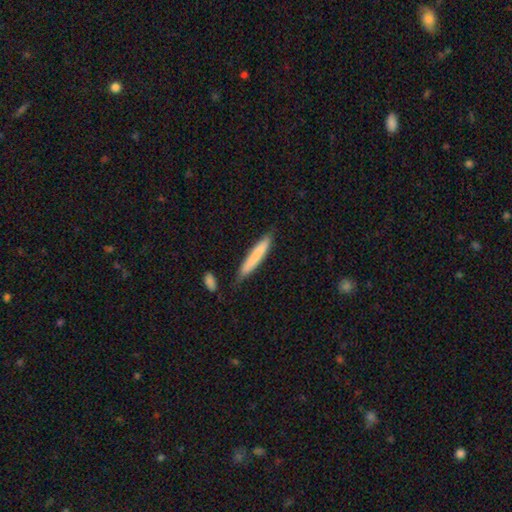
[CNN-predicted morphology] A smooth galaxy with no disk features (77%) that is cigar-shaped (94%).

Vote fractions:
- Smooth or featured? smooth: 77% / featured or disk: 17% / star or artifact: 6%
- How rounded? cigar-shaped: 94% / in between: 5% / round: 1%
- Merging? none: 80% / minor disturbance: 14% / merger: 4% / major disturbance: 3%